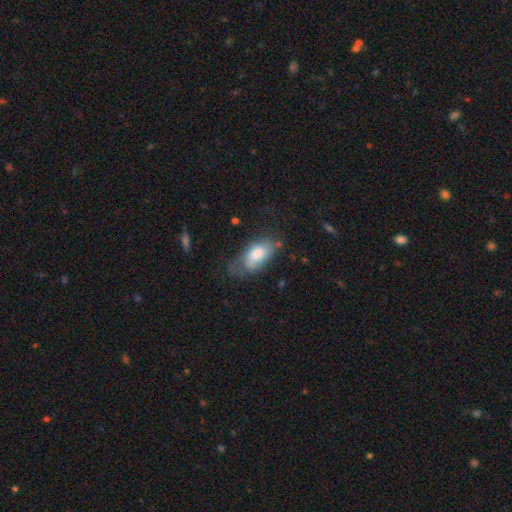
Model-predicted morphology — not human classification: A smooth galaxy with no disk features (72%) that is in between round and cigar-shaped (91%). Merging: none (42%).